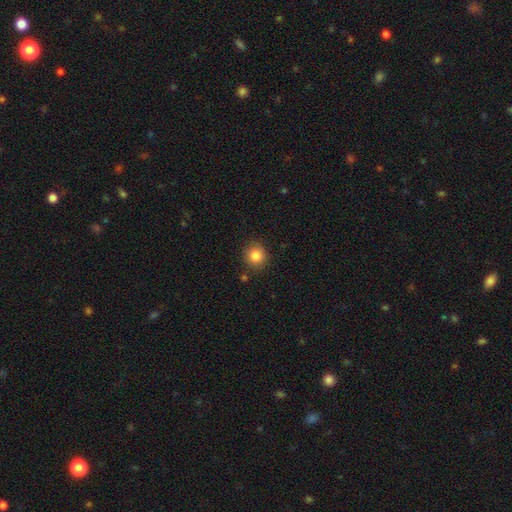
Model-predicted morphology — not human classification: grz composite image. It shows a smooth galaxy with no disk features (85%) that is round (88%). Merging: none (86%).